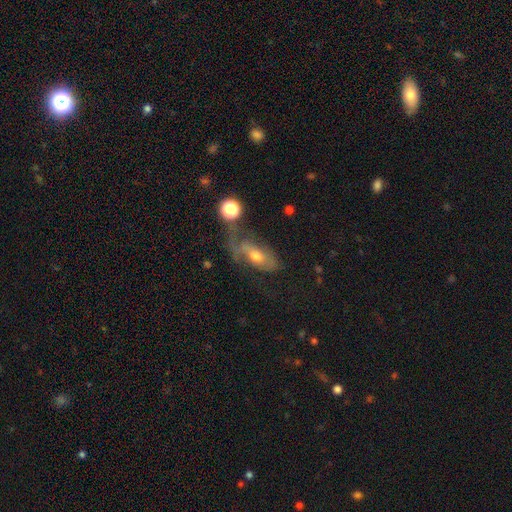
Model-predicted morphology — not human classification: Smooth or featured: featured or disk — 49% (smooth — 40%)
Merging: major disturbance — 37% (none — 29%)